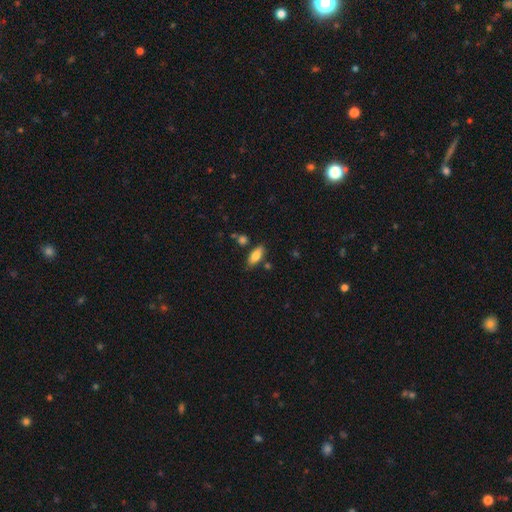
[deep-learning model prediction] smooth-or-featured: smooth: 81% | featured or disk: 12% | star or artifact: 7%
  how-rounded: in between: 85% | cigar-shaped: 13% | round: 3%
  merging: none: 79% | minor disturbance: 13% | merger: 6% | major disturbance: 3%